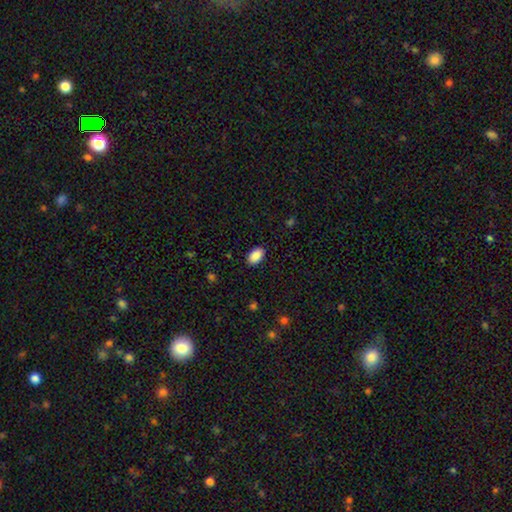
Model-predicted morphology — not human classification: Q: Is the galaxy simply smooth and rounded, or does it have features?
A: smooth — 90%.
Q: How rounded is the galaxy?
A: in between — 93%.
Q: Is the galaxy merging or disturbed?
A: none — 88%.